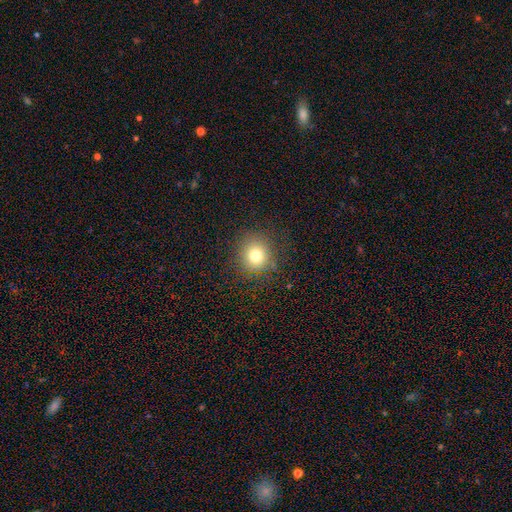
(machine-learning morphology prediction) smooth_or_featured: smooth (p=0.77) [alt: star or artifact p=0.14]
how_rounded: round (p=0.90) [alt: in between p=0.09]
merging: none (p=0.86) [alt: minor disturbance p=0.09]